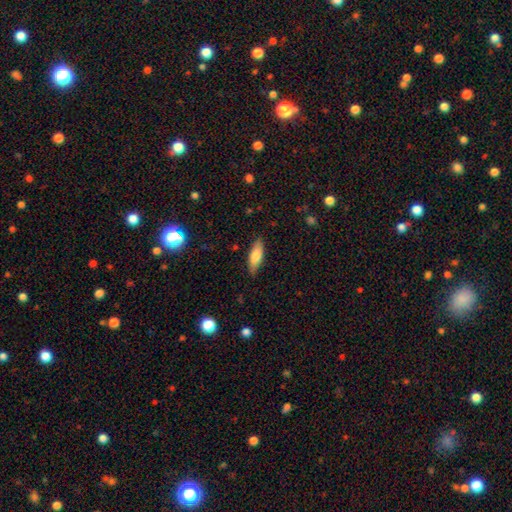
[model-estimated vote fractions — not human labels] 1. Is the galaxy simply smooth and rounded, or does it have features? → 76% smooth, 17% featured or disk, 6% star or artifact.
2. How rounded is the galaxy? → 60% in between, 38% cigar-shaped, 2% round.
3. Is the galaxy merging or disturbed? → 86% none, 11% minor disturbance, 2% major disturbance, 1% merger.